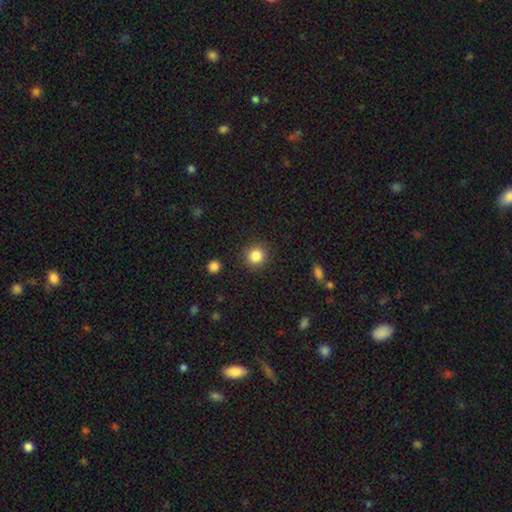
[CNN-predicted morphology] This appears to be a smooth galaxy with no disk features (85%) that is round (90%). Merging: none (89%).